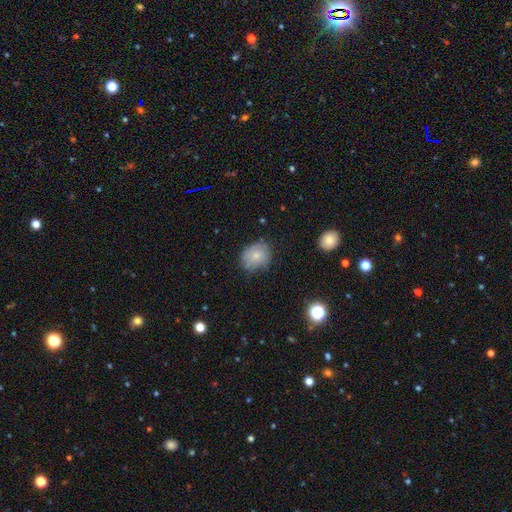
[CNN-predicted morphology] This appears to be a smooth galaxy with no disk features (76%) that is round (50%). Merging: none (68%).